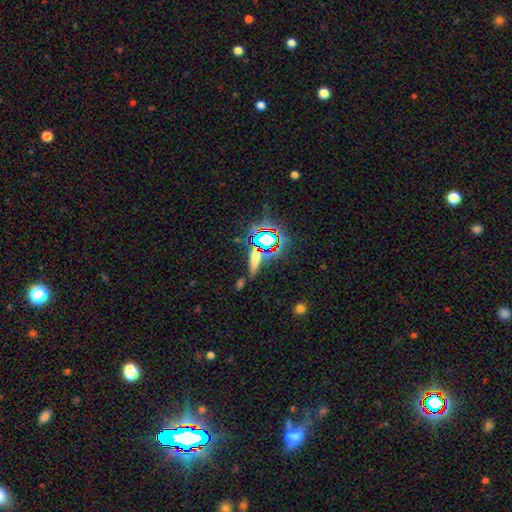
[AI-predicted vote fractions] star or artifact 43%, smooth 38%, featured or disk 18%.